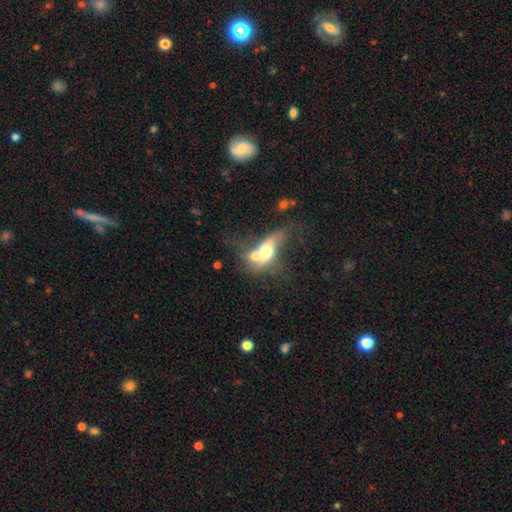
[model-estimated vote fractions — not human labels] smooth_or_featured: smooth (p=0.53) [alt: featured or disk p=0.38]
how_rounded: in between (p=0.70) [alt: round p=0.22]
merging: merger (p=0.69) [alt: none p=0.13]